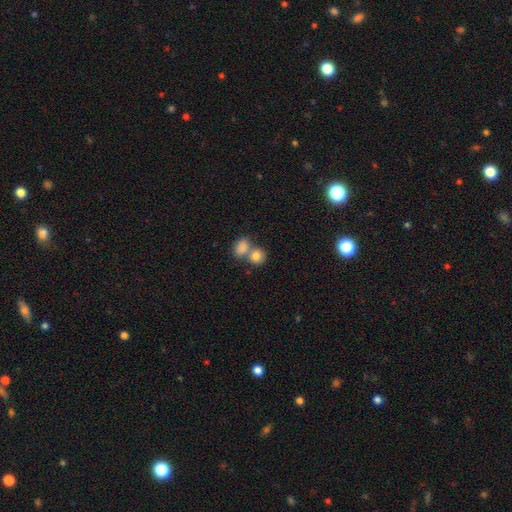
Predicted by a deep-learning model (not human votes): Morphology: type=smooth (83%); roundness=round (68%); merging=merger (51%).